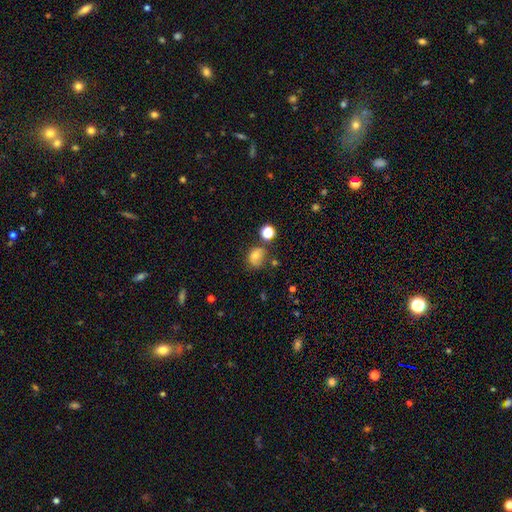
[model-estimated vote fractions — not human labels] Overall: smooth (73%). How rounded: in between (50%; round 49%). Merging: none (59%; minor disturbance 24%).